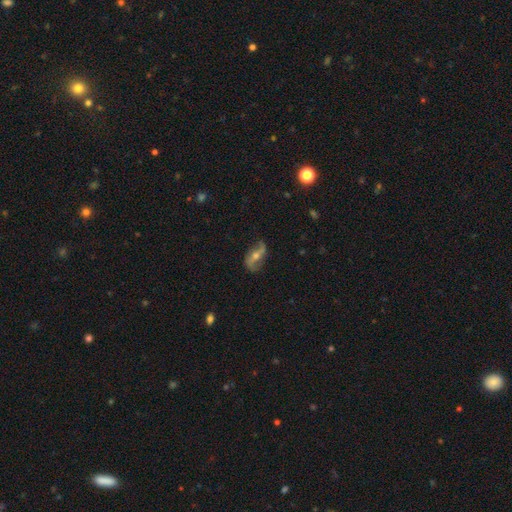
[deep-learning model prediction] This is likely a featured or disk galaxy (78%). It is clearly not viewed edge-on (93%). Bar: marginally no (40%). Spiral arm pattern: clearly yes (91%). Spiral arm count: clearly 2 (90%). Spiral winding: likely loose (72%). Central bulge: possibly moderate (58%). Merging: likely none (74%).